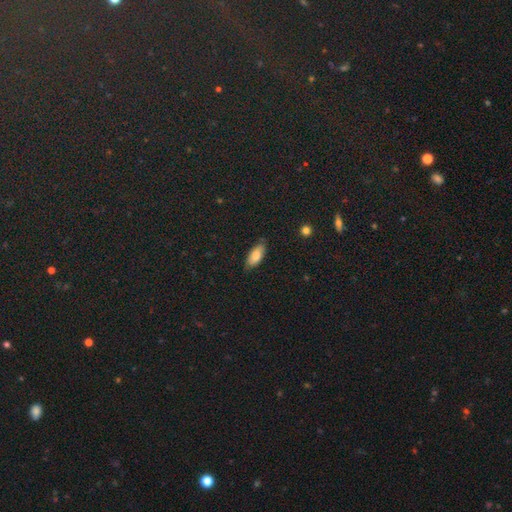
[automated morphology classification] This is clearly a smooth galaxy (80%). How rounded: clearly in between (84%). Merging: likely none (79%).